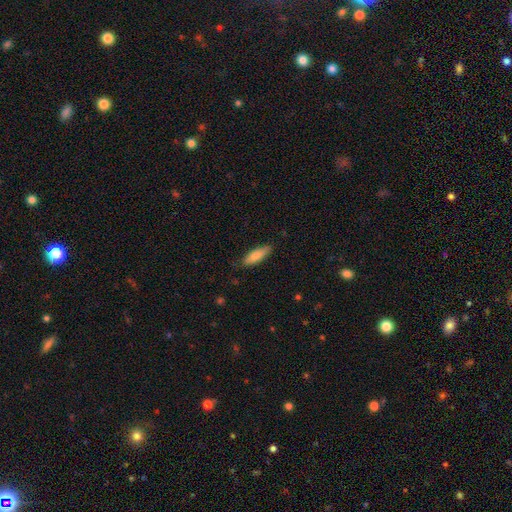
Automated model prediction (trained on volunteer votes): Smooth or featured?
  - smooth: 80% *
  - featured or disk: 14%
  - star or artifact: 6%
How rounded?
  - in between: 50% *
  - cigar-shaped: 48%
  - round: 2%
Merging?
  - none: 83% *
  - minor disturbance: 14%
  - major disturbance: 2%
  - merger: 1%